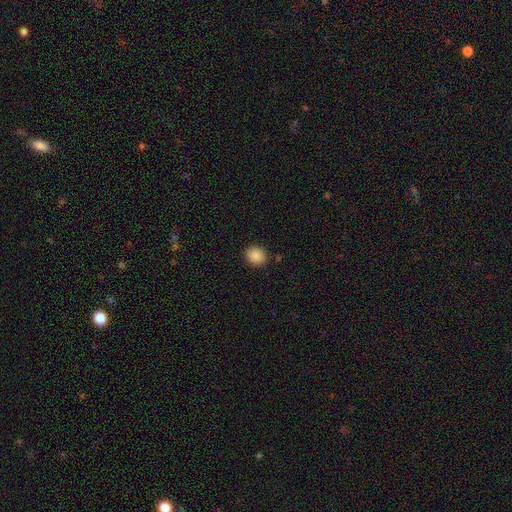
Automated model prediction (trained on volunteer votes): The model was most divided on "how rounded": round: 71%, in between: 28%, cigar-shaped: 1%. More confident: merging — none (89%); smooth or featured — smooth (88%).